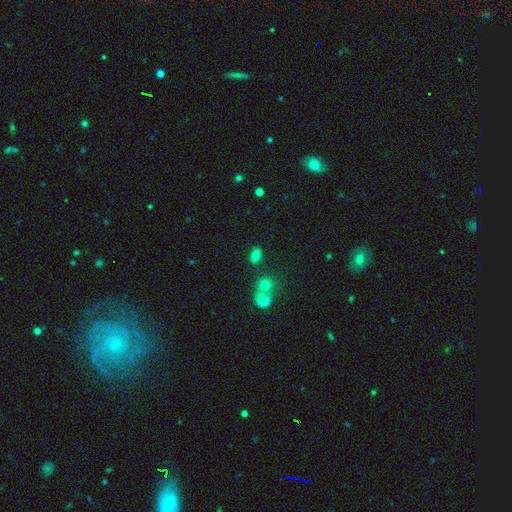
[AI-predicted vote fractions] Smooth or featured: smooth — 75% (star or artifact — 14%)
How rounded: in between — 75% (round — 23%)
Merging: none — 67% (merger — 15%)